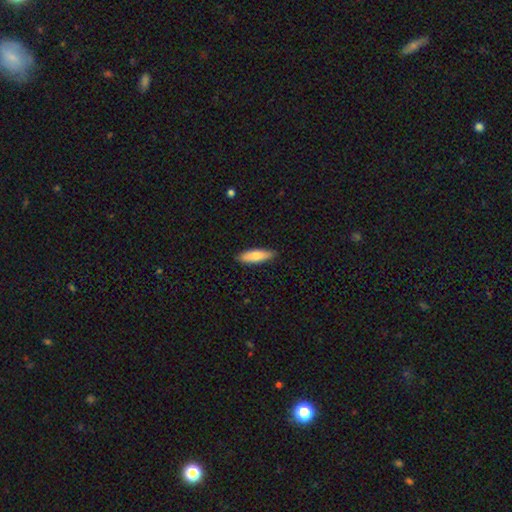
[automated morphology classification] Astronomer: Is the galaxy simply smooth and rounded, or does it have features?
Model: smooth — 79%.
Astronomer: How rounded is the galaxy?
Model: cigar-shaped — 56% (runner-up: in between, 43%).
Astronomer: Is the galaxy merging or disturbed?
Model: none — 89%.